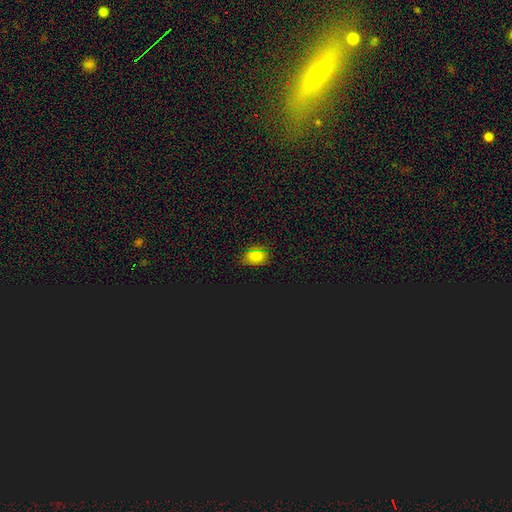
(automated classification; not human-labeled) smooth 67%, star or artifact 25%, featured or disk 8%. Down the decision tree: how rounded — in between (69%); merging — none (82%).